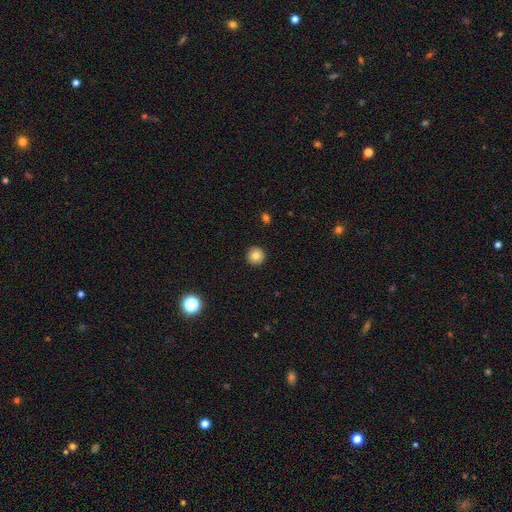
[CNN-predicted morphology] Smooth or featured: smooth — 81% (star or artifact — 10%)
How rounded: round — 96% (in between — 3%)
Merging: none — 93% (minor disturbance — 5%)